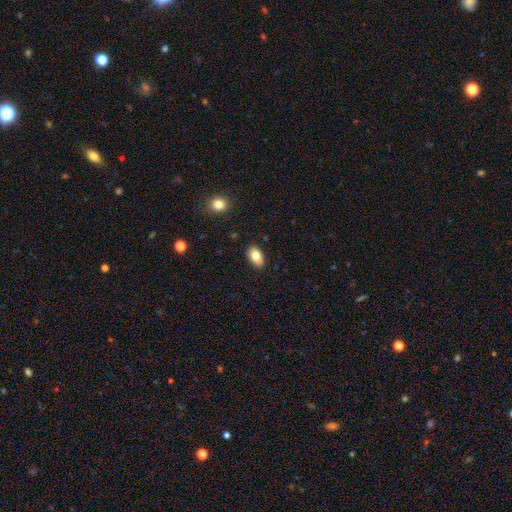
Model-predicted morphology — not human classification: type=smooth (79%); roundness=in between (90%); merging=none (85%).